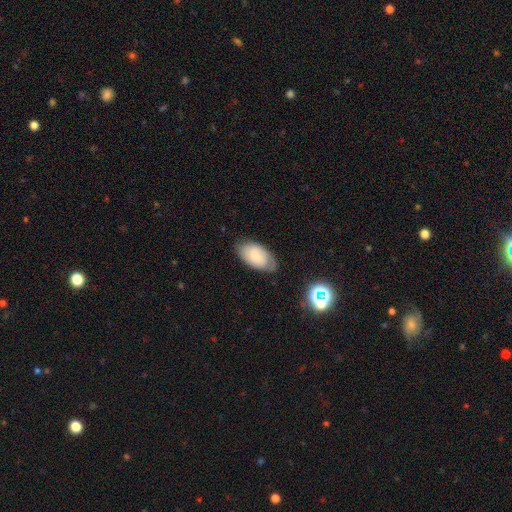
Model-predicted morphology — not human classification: Overall: smooth (68%). How rounded: in between (94%). Merging: none (71%).